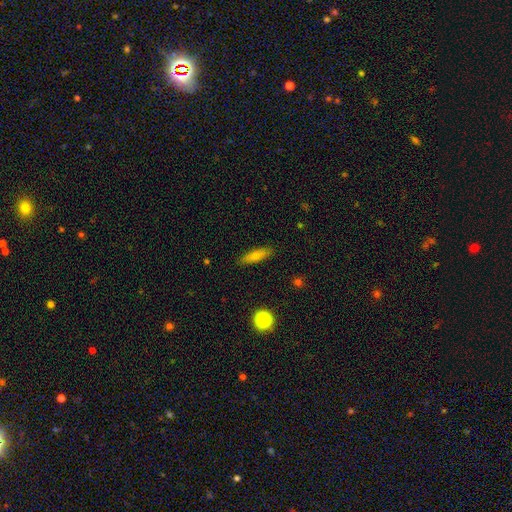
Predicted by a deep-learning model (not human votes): This is likely a smooth galaxy (76%). How rounded: likely cigar-shaped (64%). Merging: clearly none (87%).